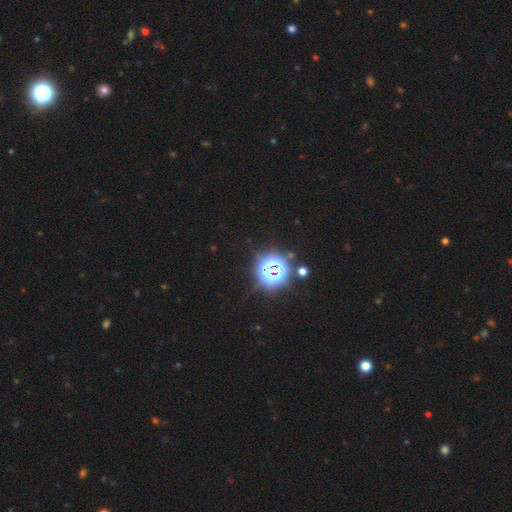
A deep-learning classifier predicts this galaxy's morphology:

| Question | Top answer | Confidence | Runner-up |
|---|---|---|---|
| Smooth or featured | star or artifact | 85% | smooth (11%) |